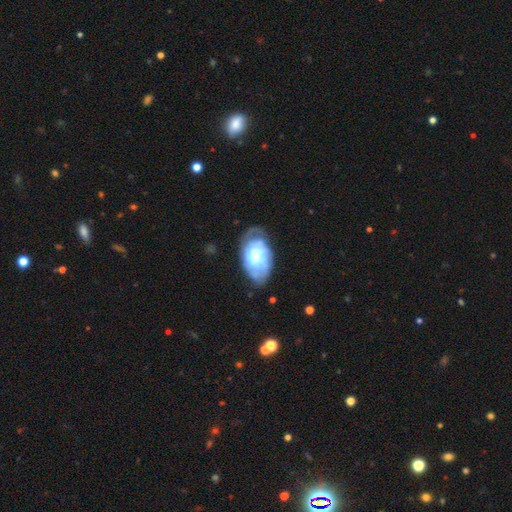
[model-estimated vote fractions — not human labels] A featured or disk galaxy (64%) with no bar (73%), spiral arms (78%) and a moderate central bulge (63%). Merging: none (57%).